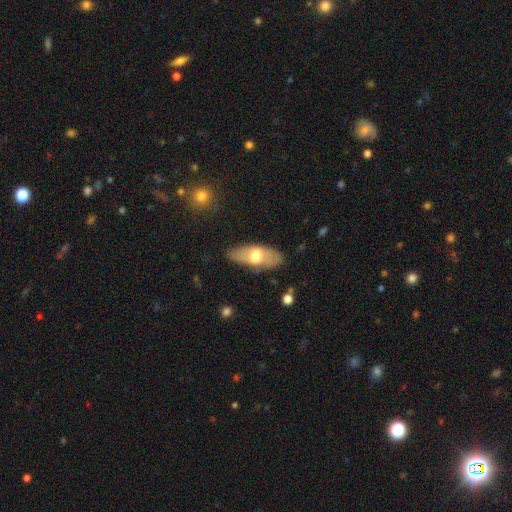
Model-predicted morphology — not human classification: A smooth galaxy with no disk features (56%) that is in between round and cigar-shaped (82%). Merging: none (75%).